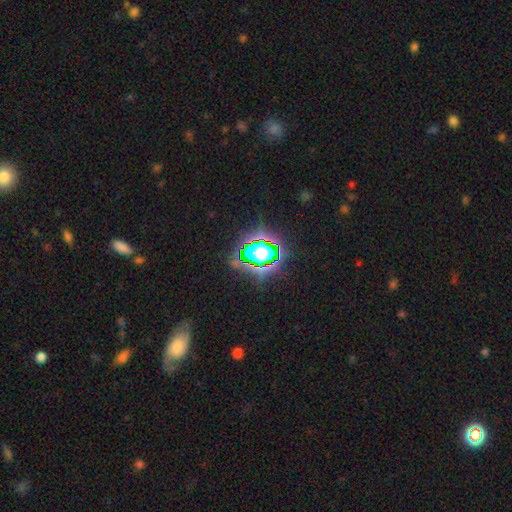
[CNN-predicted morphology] Smooth or featured? star or artifact (77%)